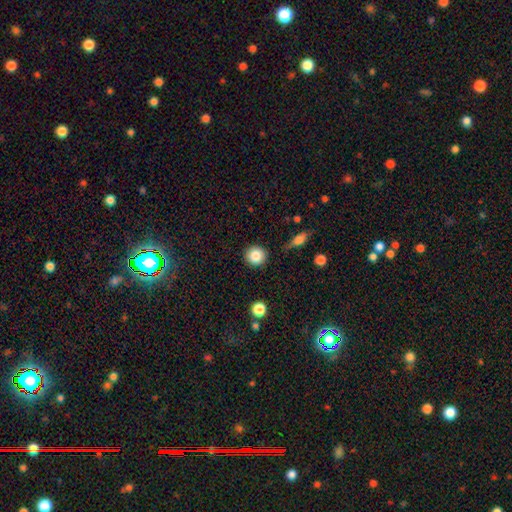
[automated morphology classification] smooth_or_featured: smooth (p=0.86) [alt: star or artifact p=0.09]
how_rounded: round (p=0.93) [alt: in between p=0.06]
merging: none (p=0.87) [alt: minor disturbance p=0.08]